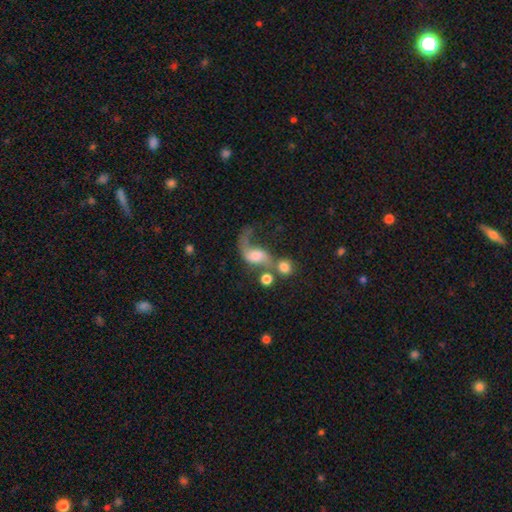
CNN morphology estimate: A featured or disk galaxy (65%) with no bar (51%), 2 (63%) loose (86%) spiral arms (87%) and a moderate central bulge (37%).

Vote fractions:
- Smooth or featured? featured or disk: 65% / smooth: 25% / star or artifact: 11%
- Edge-on disk? no: 96% / yes: 4%
- Bar? no: 51% / weak: 36% / strong: 13%
- Spiral arms? yes: 87% / no: 13%
- Spiral winding? loose: 86% / medium: 11% / tight: 3%
- Spiral arm count? 2: 63% / 1: 32% / can't tell: 3% / 3: 1% / 4: 1% / more than 4: 1%
- Bulge size? moderate: 37% / large: 22% / small: 21% / none: 15% / dominant: 5%
- Merging? merger: 34% / major disturbance: 27% / none: 26% / minor disturbance: 13%